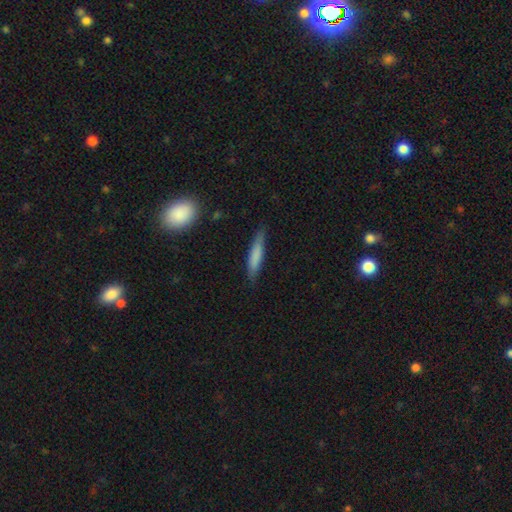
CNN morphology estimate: A smooth galaxy with no disk features (73%) that is cigar-shaped (88%).

Vote fractions:
- Smooth or featured? smooth: 73% / featured or disk: 21% / star or artifact: 6%
- How rounded? cigar-shaped: 88% / in between: 11% / round: 2%
- Merging? none: 82% / minor disturbance: 14% / major disturbance: 3% / merger: 2%